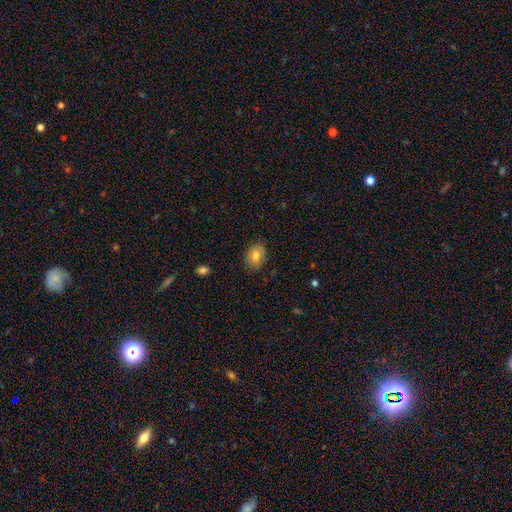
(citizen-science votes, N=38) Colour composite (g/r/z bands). It shows a smooth galaxy with no disk features (84%) that is in between round and cigar-shaped (56%). Merging: none (92%).